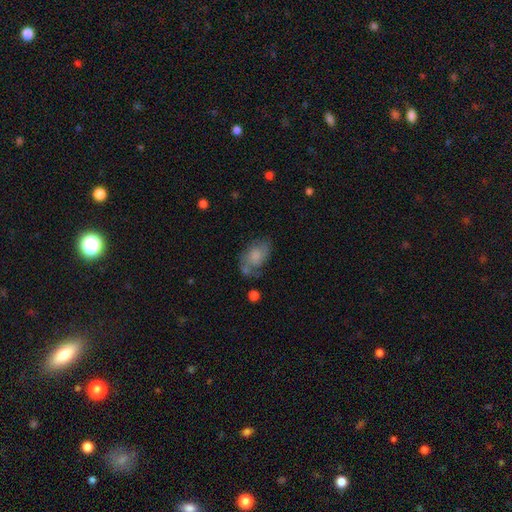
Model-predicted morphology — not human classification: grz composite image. It shows a smooth galaxy with no disk features (62%) that is in between round and cigar-shaped (87%). Merging: none (49%).